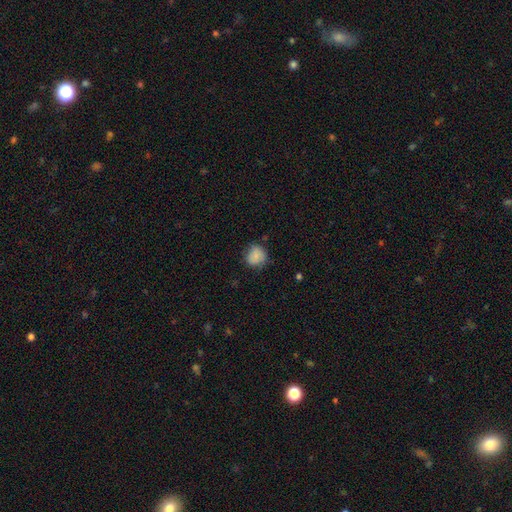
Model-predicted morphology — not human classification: Overall: smooth (82%). How rounded: round (76%). Merging: none (67%).